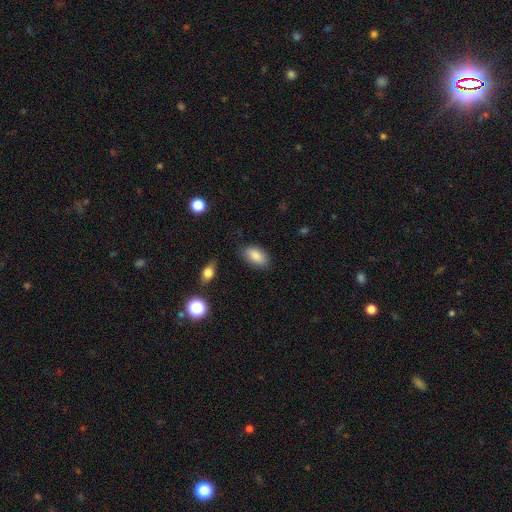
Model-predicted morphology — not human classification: smooth-or-featured: smooth: 86% | star or artifact: 7% | featured or disk: 6%
  how-rounded: in between: 93% | round: 4% | cigar-shaped: 3%
  merging: none: 80% | minor disturbance: 14% | major disturbance: 3% | merger: 2%